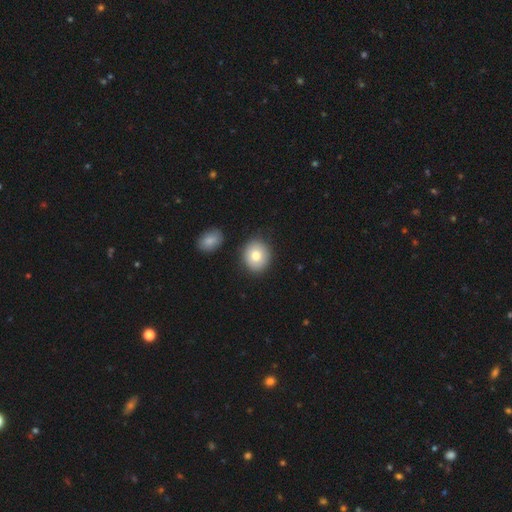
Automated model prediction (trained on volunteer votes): A smooth galaxy with no disk features (80%) that is round (73%). Merging: none (83%).